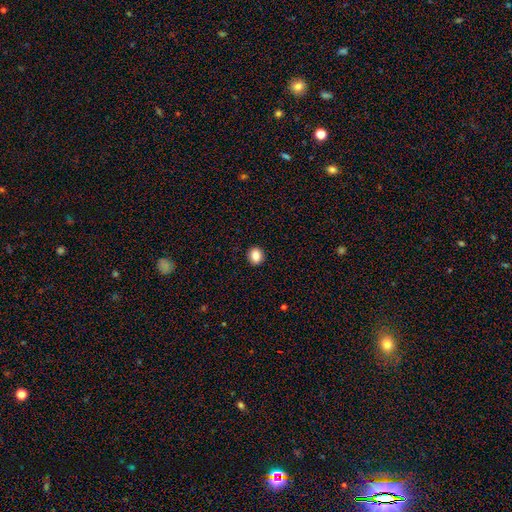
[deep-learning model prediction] A smooth galaxy with no disk features (86%) that is round (72%). Merging: none (92%).